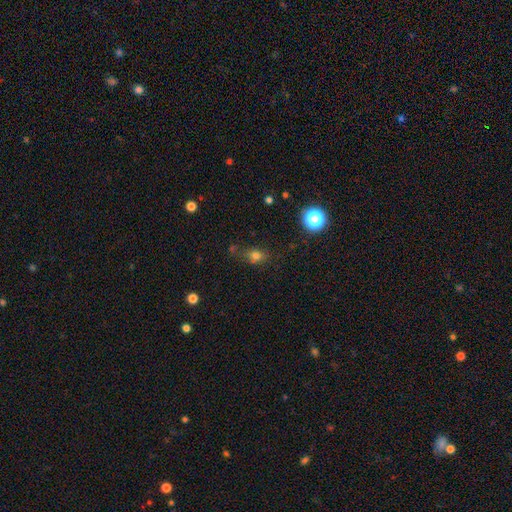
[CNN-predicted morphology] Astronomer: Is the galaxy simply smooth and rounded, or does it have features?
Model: smooth — 71%.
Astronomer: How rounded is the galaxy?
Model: in between — 57% (runner-up: round, 40%).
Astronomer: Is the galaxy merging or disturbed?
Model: none — 65%.